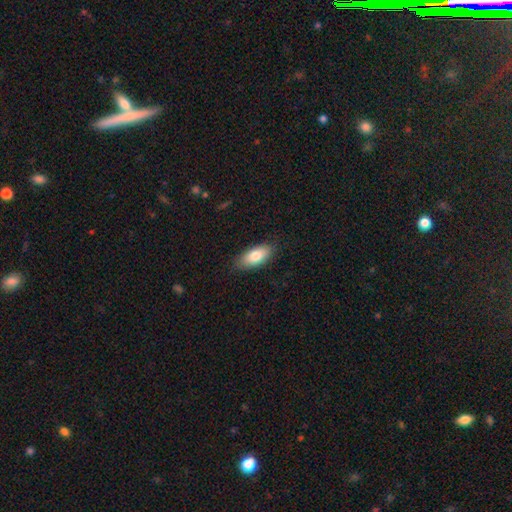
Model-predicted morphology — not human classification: This is likely a smooth galaxy (80%). How rounded: clearly in between (88%). Merging: clearly none (85%).